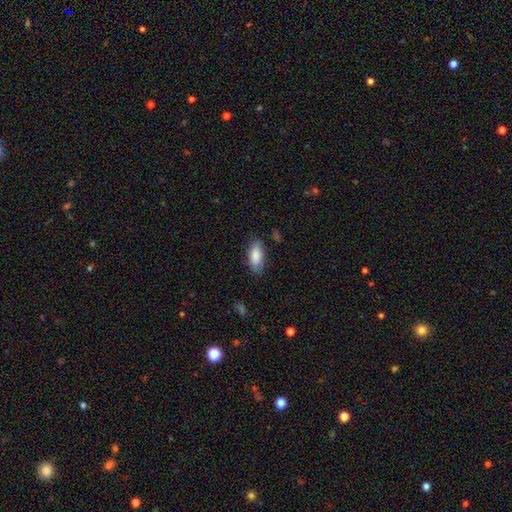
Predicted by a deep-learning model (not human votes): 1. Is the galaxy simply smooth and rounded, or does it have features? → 85% smooth, 9% featured or disk, 6% star or artifact.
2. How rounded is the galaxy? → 85% in between, 12% cigar-shaped, 2% round.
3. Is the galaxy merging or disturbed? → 79% none, 16% minor disturbance, 4% major disturbance, 1% merger.